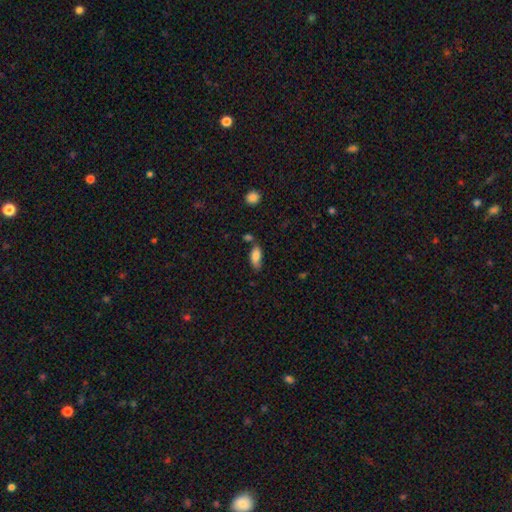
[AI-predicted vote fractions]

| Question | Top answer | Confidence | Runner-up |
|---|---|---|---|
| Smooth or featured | smooth | 77% | featured or disk (15%) |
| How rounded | in between | 83% | cigar-shaped (14%) |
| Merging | none | 58% | minor disturbance (26%) |